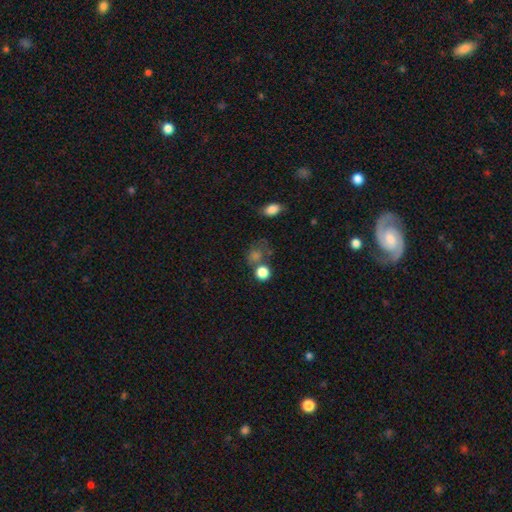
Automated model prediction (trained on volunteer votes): A smooth galaxy with no disk features (64%) that is round (76%). Merging: none (54%).